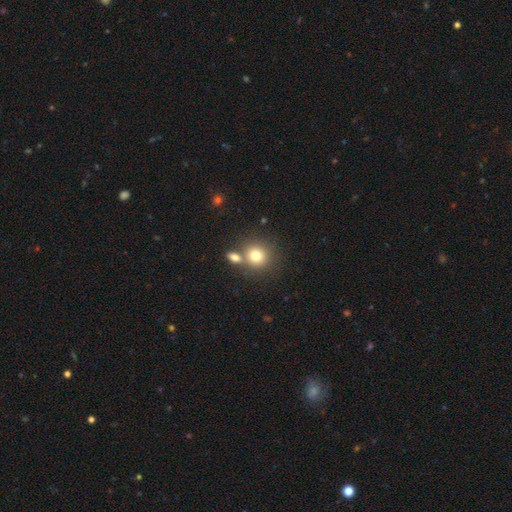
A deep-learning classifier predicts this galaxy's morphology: This is likely a smooth galaxy (78%). How rounded: clearly round (85%). Merging: possibly none (58%).